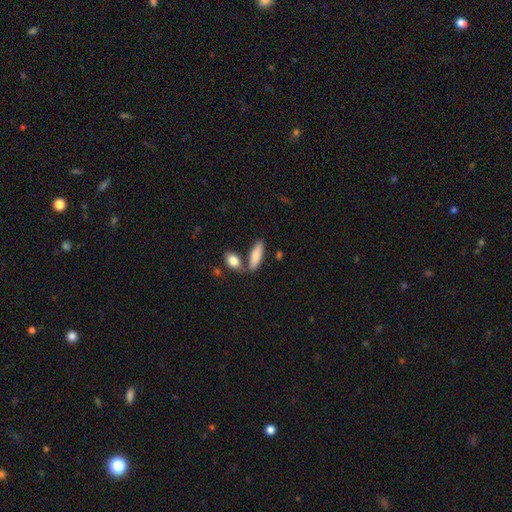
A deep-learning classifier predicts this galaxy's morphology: This is clearly a smooth galaxy (83%). How rounded: likely in between (60%). Merging: likely none (61%).